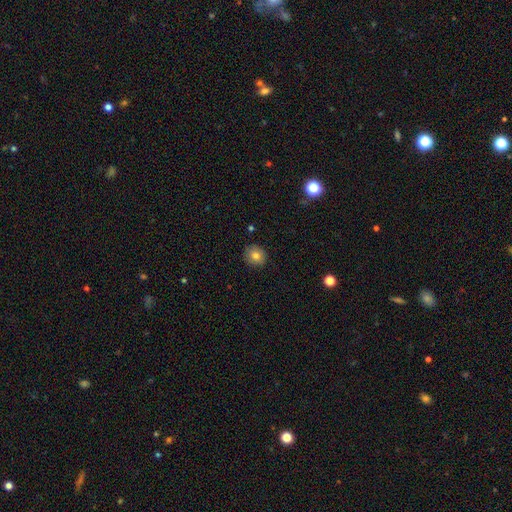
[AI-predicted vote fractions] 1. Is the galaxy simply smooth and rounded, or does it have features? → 80% smooth, 10% featured or disk, 10% star or artifact.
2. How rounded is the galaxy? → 84% round, 15% in between, 1% cigar-shaped.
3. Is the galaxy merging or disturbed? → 88% none, 9% minor disturbance, 2% major disturbance, 1% merger.